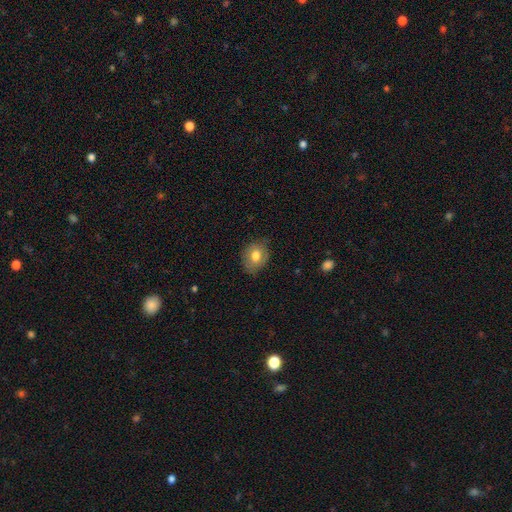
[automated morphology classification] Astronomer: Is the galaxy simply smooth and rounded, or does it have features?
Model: smooth — 74%.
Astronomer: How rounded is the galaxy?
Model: in between — 54% (runner-up: round, 45%).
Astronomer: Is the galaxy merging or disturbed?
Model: none — 76%.